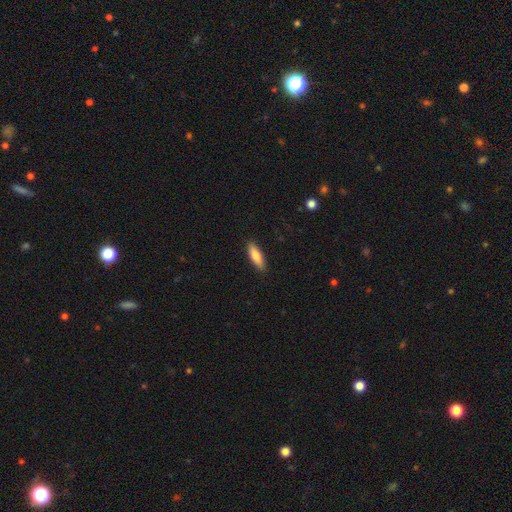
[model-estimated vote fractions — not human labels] Morphology: type=smooth (79%); roundness=cigar-shaped (51%); merging=none (89%).